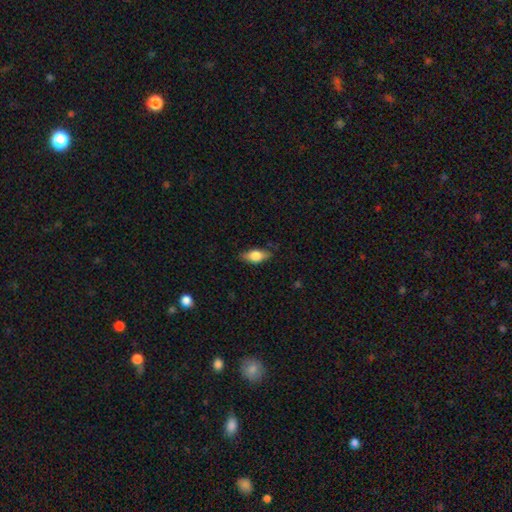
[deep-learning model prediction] Smooth or featured? smooth (70%)
How rounded? in between (81%)
Merging? none (80%)